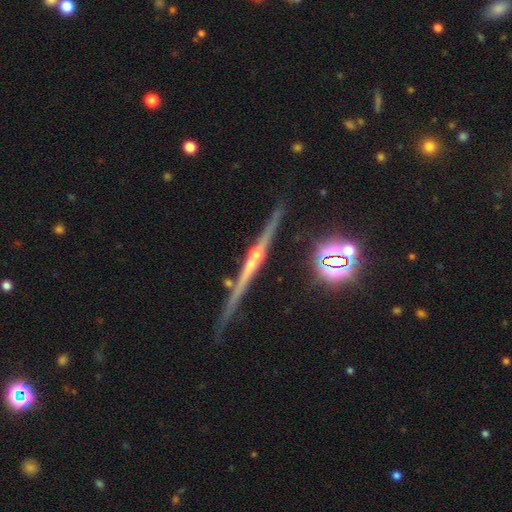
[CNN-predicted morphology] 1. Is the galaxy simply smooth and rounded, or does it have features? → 75% featured or disk, 14% star or artifact, 11% smooth.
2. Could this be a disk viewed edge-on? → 97% yes, 3% no.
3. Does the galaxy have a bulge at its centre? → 74% rounded, 20% none, 7% boxy.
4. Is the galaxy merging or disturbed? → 78% none, 12% minor disturbance, 6% merger, 3% major disturbance.